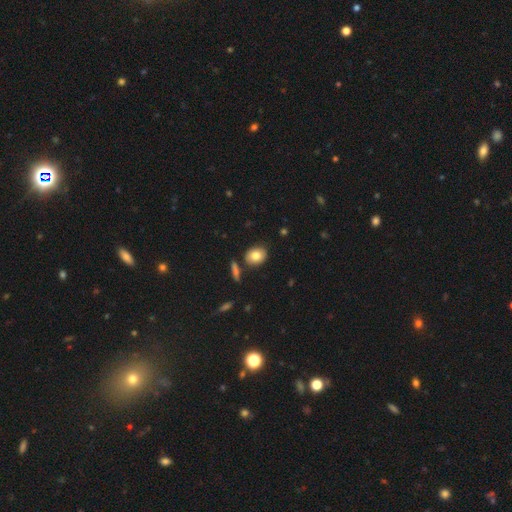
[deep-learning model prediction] A smooth galaxy with no disk features (82%) that is round (50%).

Vote fractions:
- Smooth or featured? smooth: 82% / featured or disk: 10% / star or artifact: 8%
- How rounded? round: 50% / in between: 49% / cigar-shaped: 2%
- Merging? none: 81% / minor disturbance: 11% / merger: 6% / major disturbance: 3%